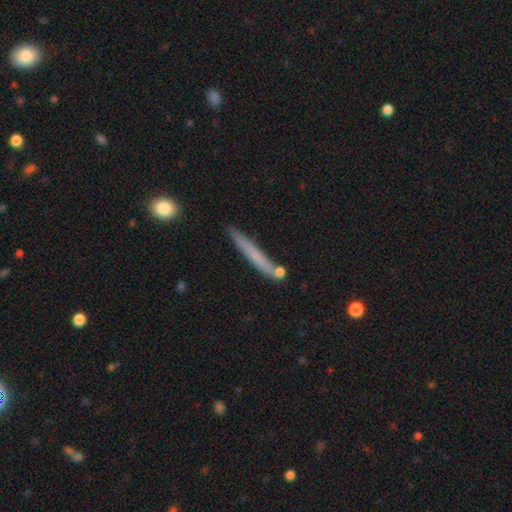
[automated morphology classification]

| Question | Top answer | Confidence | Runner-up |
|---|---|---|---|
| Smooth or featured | smooth | 62% | featured or disk (31%) |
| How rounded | cigar-shaped | 95% | in between (3%) |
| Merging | none | 77% | minor disturbance (14%) |